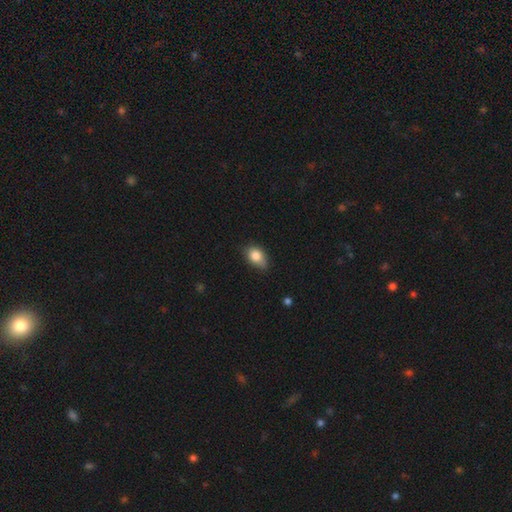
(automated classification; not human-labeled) The model was most divided on "merging": none: 66%, minor disturbance: 29%, major disturbance: 4%, merger: 2%. More confident: smooth or featured — smooth (82%); how rounded — in between (81%).